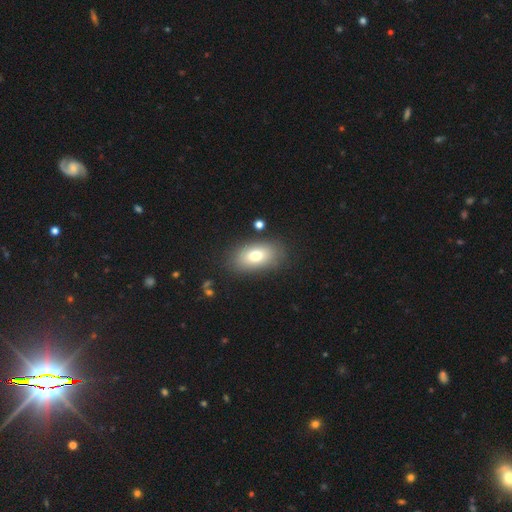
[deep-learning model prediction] Smooth or featured?
  - smooth: 73% *
  - featured or disk: 17%
  - star or artifact: 9%
How rounded?
  - in between: 89% *
  - round: 9%
  - cigar-shaped: 3%
Merging?
  - none: 83% *
  - minor disturbance: 10%
  - major disturbance: 4%
  - merger: 3%